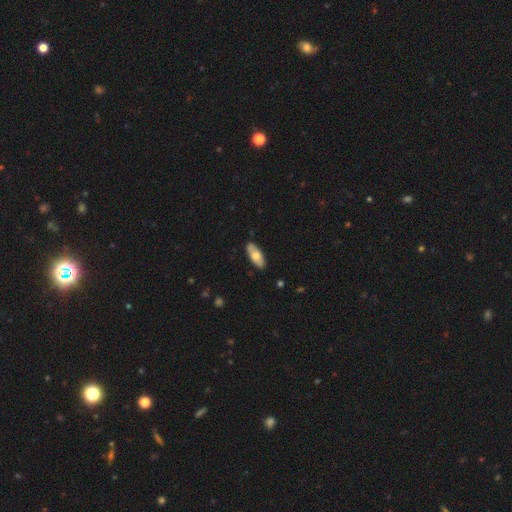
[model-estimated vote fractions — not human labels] smooth-or-featured: smooth: 63% | featured or disk: 32% | star or artifact: 5%
  how-rounded: in between: 81% | cigar-shaped: 17% | round: 2%
  merging: none: 86% | minor disturbance: 11% | major disturbance: 2% | merger: 1%